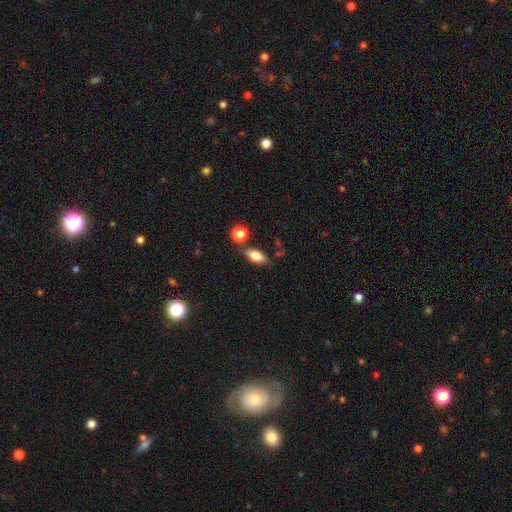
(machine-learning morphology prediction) A smooth galaxy with no disk features (76%) that is in between round and cigar-shaped (80%). Merging: none (74%).